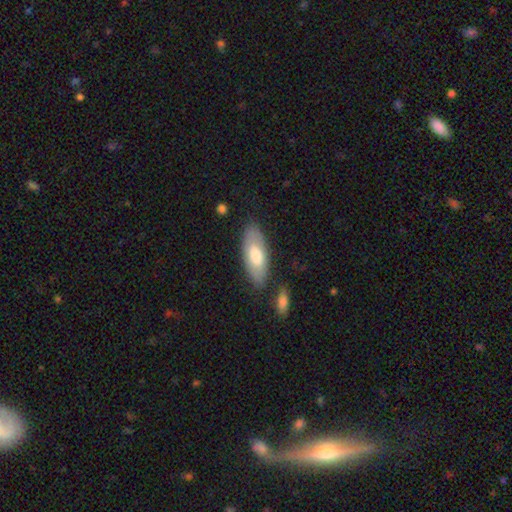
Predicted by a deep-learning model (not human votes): smooth-or-featured: smooth: 65% | featured or disk: 30% | star or artifact: 5%
  how-rounded: in between: 80% | cigar-shaped: 17% | round: 2%
  merging: none: 80% | minor disturbance: 13% | merger: 4% | major disturbance: 3%